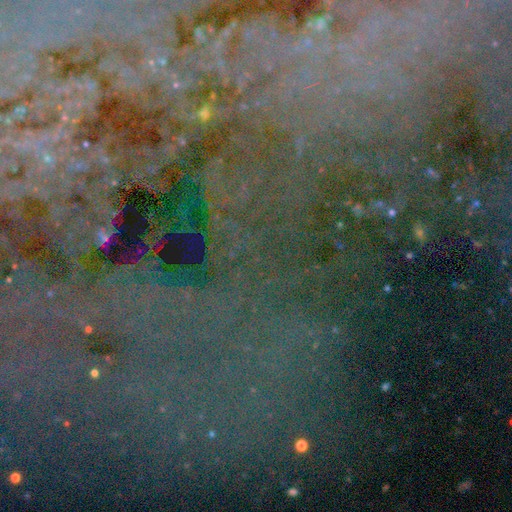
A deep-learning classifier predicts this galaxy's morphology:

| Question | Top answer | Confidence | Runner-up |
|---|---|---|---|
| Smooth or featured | star or artifact | 81% | featured or disk (11%) |